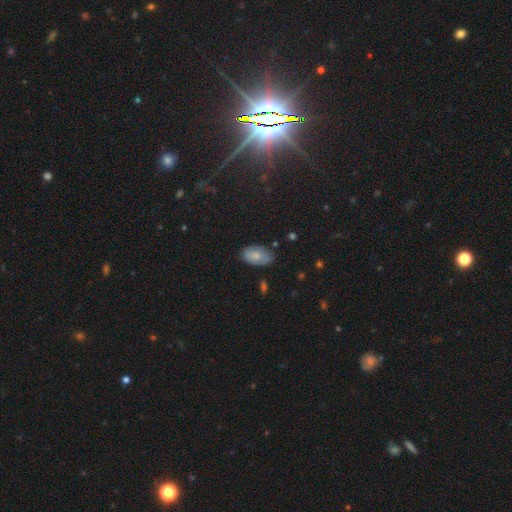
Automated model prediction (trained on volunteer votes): smooth 77%, featured or disk 16%, star or artifact 8%. Down the decision tree: how rounded — in between (93%); merging — none (70%).